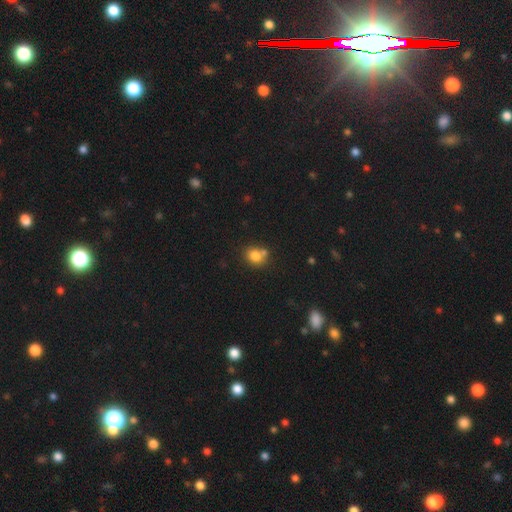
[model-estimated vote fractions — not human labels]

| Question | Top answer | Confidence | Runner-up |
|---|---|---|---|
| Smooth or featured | smooth | 80% | star or artifact (11%) |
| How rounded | round | 60% | in between (39%) |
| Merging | none | 56% | merger (27%) |